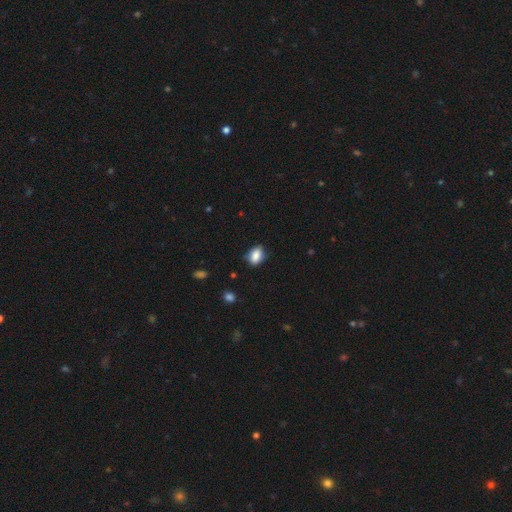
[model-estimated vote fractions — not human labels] Q: Smooth or featured?
A: smooth (84%); runner-up: star or artifact (8%)
Q: How rounded?
A: in between (79%); runner-up: round (19%)
Q: Merging?
A: none (76%); runner-up: minor disturbance (19%)